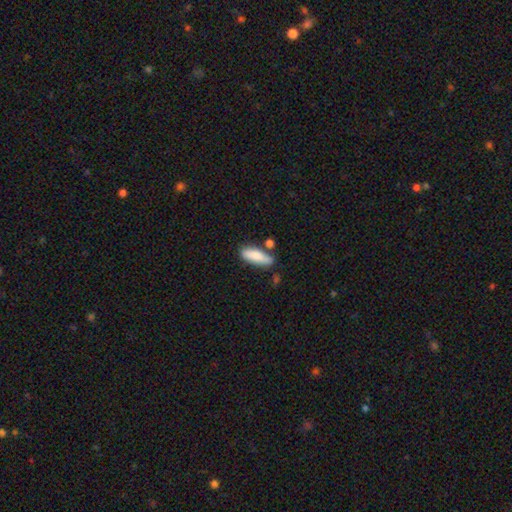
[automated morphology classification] The model was most divided on "how rounded": in between: 55%, cigar-shaped: 43%, round: 2%. More confident: smooth or featured — smooth (83%); merging — none (64%).